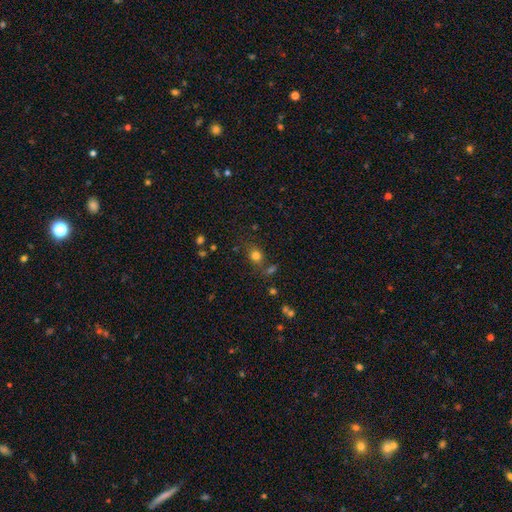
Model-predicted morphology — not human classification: A smooth galaxy with no disk features (77%) that is round (64%).

Vote fractions:
- Smooth or featured? smooth: 77% / star or artifact: 15% / featured or disk: 7%
- How rounded? round: 64% / in between: 34% / cigar-shaped: 2%
- Merging? none: 67% / minor disturbance: 15% / merger: 11% / major disturbance: 7%